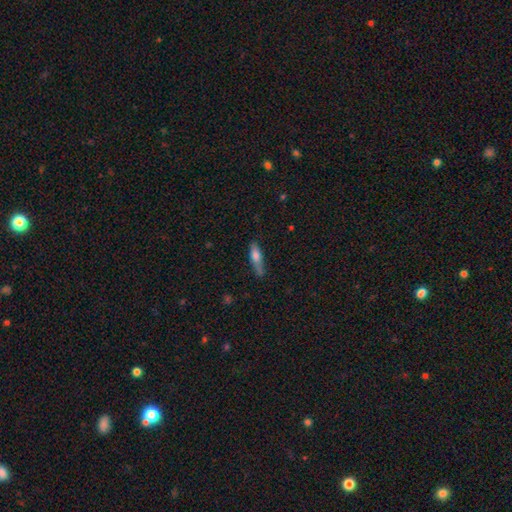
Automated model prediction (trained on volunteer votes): A smooth galaxy with no disk features (69%) that is cigar-shaped (66%). Merging: none (62%).